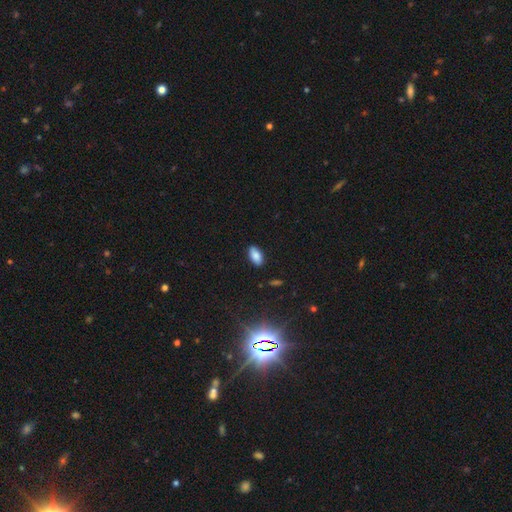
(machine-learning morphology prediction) Overall: smooth (84%). How rounded: in between (92%). Merging: none (87%).